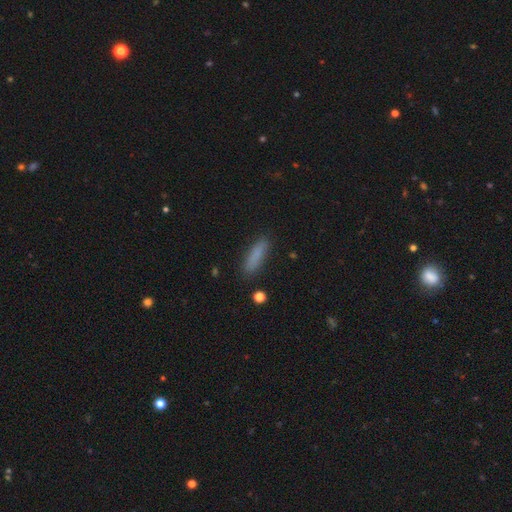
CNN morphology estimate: Smooth or featured?
  - smooth: 84% *
  - featured or disk: 8%
  - star or artifact: 8%
How rounded?
  - cigar-shaped: 71% *
  - in between: 28%
  - round: 2%
Merging?
  - none: 87% *
  - minor disturbance: 9%
  - major disturbance: 2%
  - merger: 2%